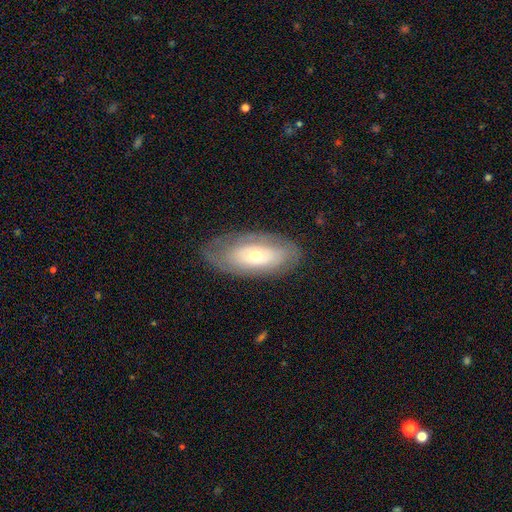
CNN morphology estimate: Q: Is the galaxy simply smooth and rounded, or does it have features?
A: featured or disk — 53%.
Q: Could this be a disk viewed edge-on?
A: no — 85%.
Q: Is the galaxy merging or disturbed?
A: none — 77%.